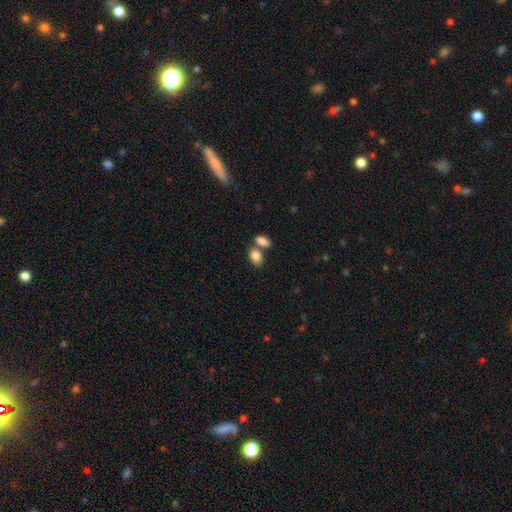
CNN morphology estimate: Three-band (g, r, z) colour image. It shows a smooth galaxy with no disk features (85%) that is in between round and cigar-shaped (86%). Merging: none (47%).